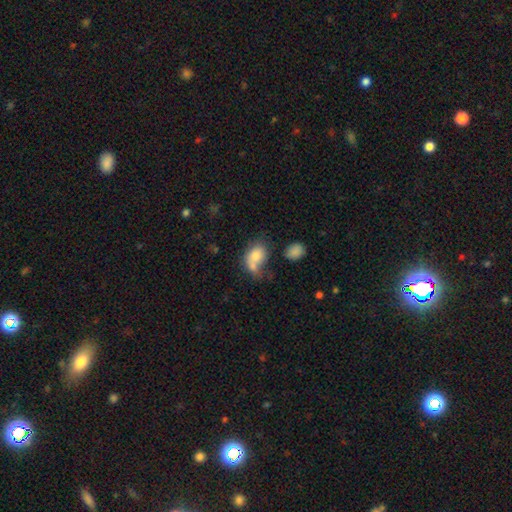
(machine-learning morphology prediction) smooth 75%, featured or disk 16%, star or artifact 9%. Down the decision tree: how rounded — in between (74%); merging — merger (44%).